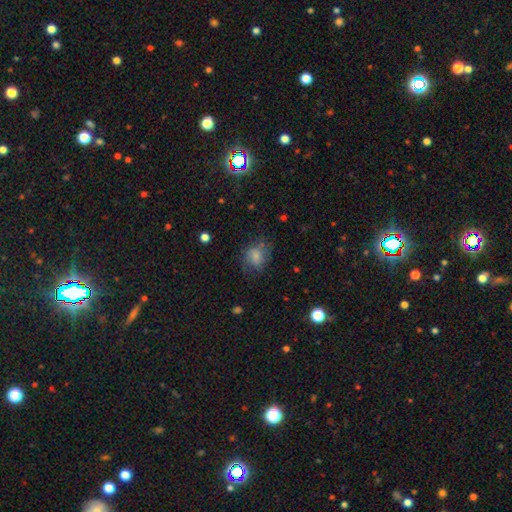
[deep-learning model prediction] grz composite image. It shows a smooth galaxy with no disk features (70%) that is round (52%). Merging: none (55%).